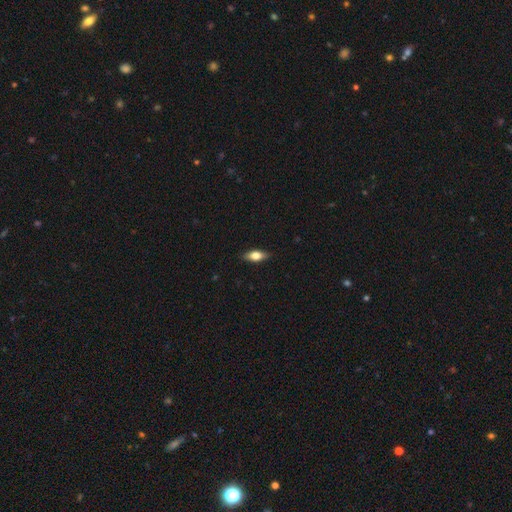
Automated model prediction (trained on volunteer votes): The model was most divided on "smooth or featured": smooth: 69%, featured or disk: 24%, star or artifact: 7%. More confident: merging — none (86%); how rounded — in between (75%).